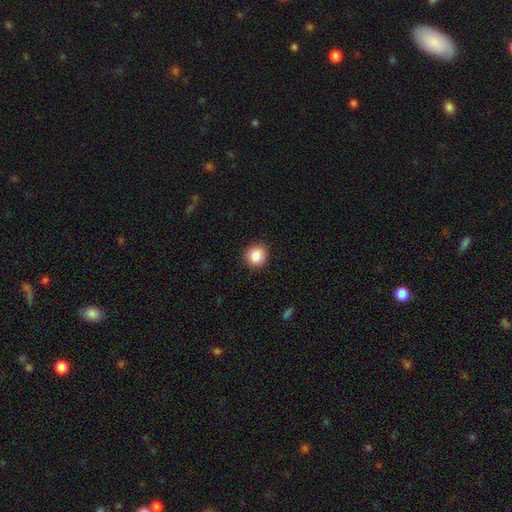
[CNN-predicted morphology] The model was most divided on "smooth or featured": smooth: 87%, star or artifact: 9%, featured or disk: 4%. More confident: merging — none (91%); how rounded — round (89%).